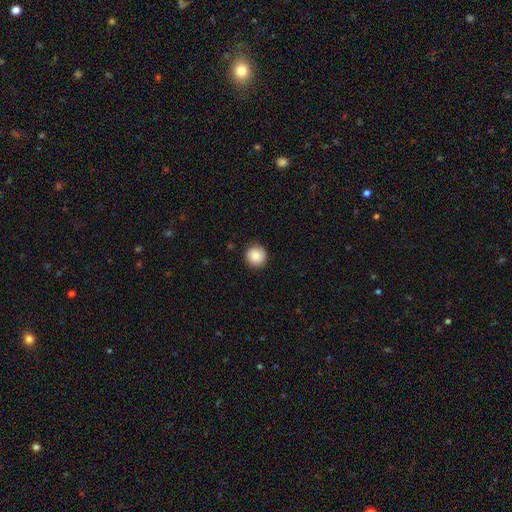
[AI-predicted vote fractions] Smooth or featured?
  - smooth: 86% *
  - star or artifact: 8%
  - featured or disk: 6%
How rounded?
  - round: 95% *
  - in between: 4%
  - cigar-shaped: 1%
Merging?
  - none: 90% *
  - minor disturbance: 7%
  - major disturbance: 2%
  - merger: 1%